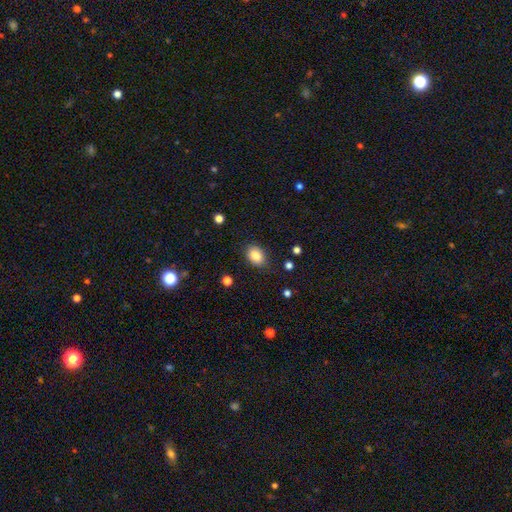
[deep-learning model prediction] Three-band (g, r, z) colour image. It shows a smooth galaxy with no disk features (85%) that is in between round and cigar-shaped (73%). Merging: none (81%).